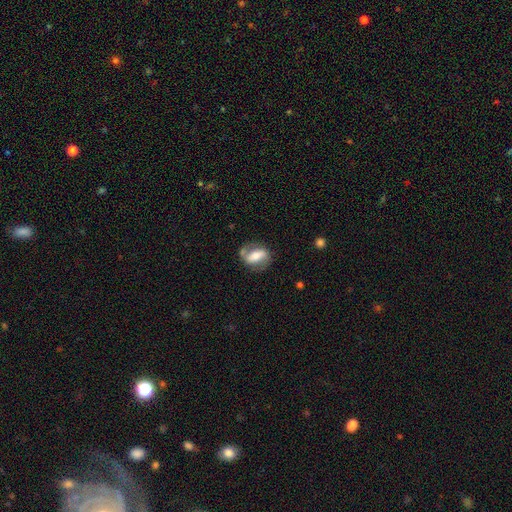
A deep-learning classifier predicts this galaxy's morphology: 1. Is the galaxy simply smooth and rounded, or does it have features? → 58% featured or disk, 35% smooth, 7% star or artifact.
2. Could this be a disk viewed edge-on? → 91% no, 9% yes.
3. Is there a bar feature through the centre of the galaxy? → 51% strong, 27% weak, 21% no.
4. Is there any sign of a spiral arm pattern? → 73% yes, 27% no.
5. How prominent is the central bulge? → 52% moderate, 24% small, 17% large, 4% none, 3% dominant.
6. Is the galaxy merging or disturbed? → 67% none, 19% minor disturbance, 9% major disturbance, 5% merger.